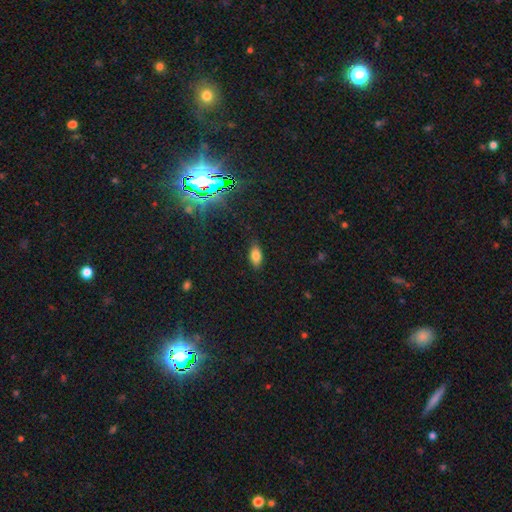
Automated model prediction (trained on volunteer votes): This appears to be a smooth galaxy with no disk features (78%) that is in between round and cigar-shaped (88%). Merging: none (84%).